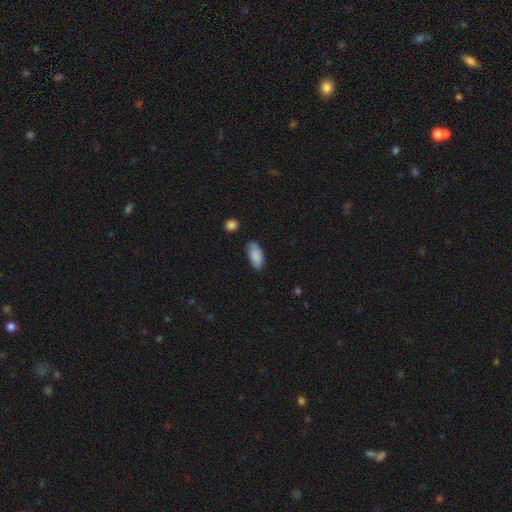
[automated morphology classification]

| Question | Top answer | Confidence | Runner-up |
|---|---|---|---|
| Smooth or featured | smooth | 88% | star or artifact (6%) |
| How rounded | in between | 91% | cigar-shaped (7%) |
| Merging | none | 77% | minor disturbance (17%) |